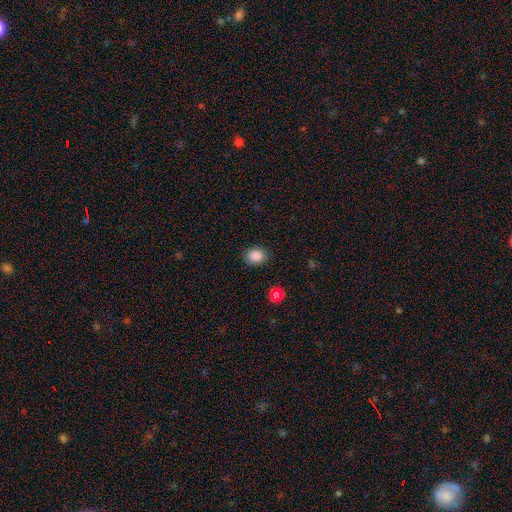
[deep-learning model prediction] smooth_or_featured: smooth (p=0.87) [alt: star or artifact p=0.10]
how_rounded: in between (p=0.50) [alt: round p=0.49]
merging: none (p=0.85) [alt: minor disturbance p=0.10]